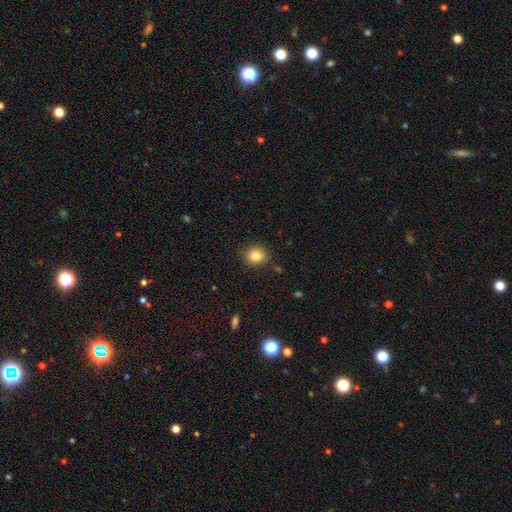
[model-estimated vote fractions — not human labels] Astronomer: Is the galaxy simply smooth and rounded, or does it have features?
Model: smooth — 84%.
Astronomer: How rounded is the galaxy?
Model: round — 72%.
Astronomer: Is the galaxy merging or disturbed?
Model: none — 86%.